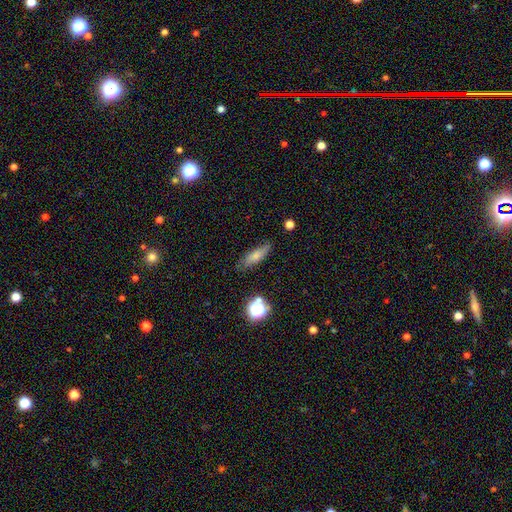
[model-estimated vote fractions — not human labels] Smooth or featured? smooth (69%)
How rounded? cigar-shaped (54%)
Merging? none (73%)